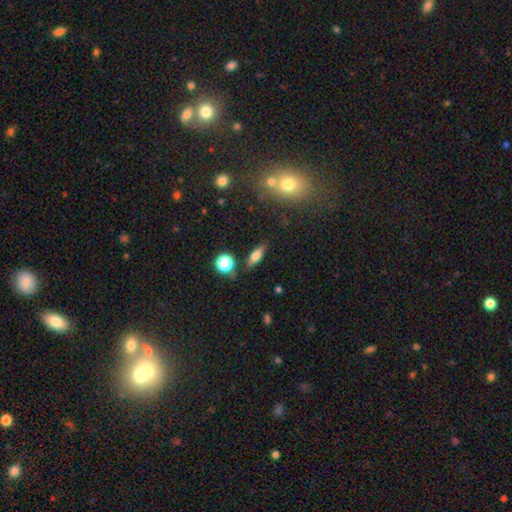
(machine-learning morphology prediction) smooth-or-featured: smooth: 71% | featured or disk: 18% | star or artifact: 11%
  how-rounded: in between: 61% | cigar-shaped: 33% | round: 6%
  merging: none: 82% | minor disturbance: 12% | merger: 3% | major disturbance: 3%